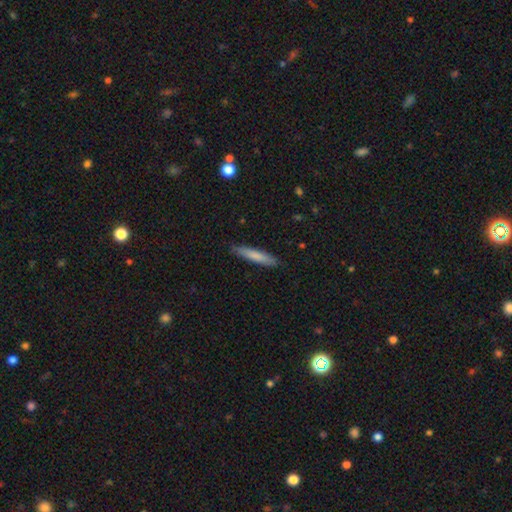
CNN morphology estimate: type=smooth (76%); roundness=cigar-shaped (92%); merging=none (88%).